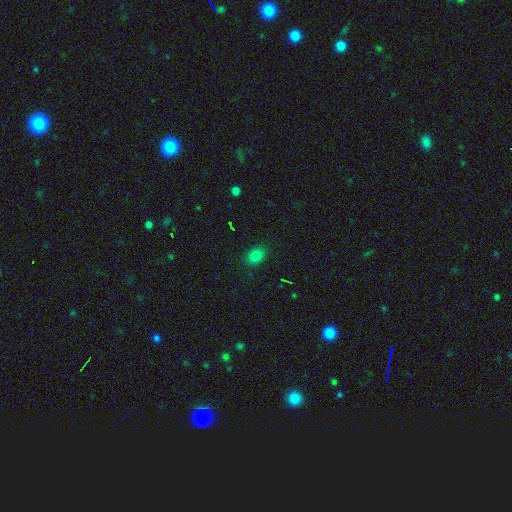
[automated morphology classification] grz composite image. It shows a smooth galaxy with no disk features (80%) that is in between round and cigar-shaped (66%). Merging: none (87%).